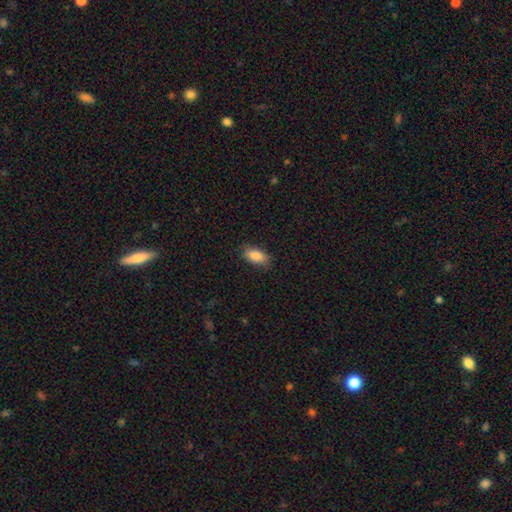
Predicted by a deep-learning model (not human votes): Morphology: type=smooth (87%); roundness=in between (89%); merging=none (84%).